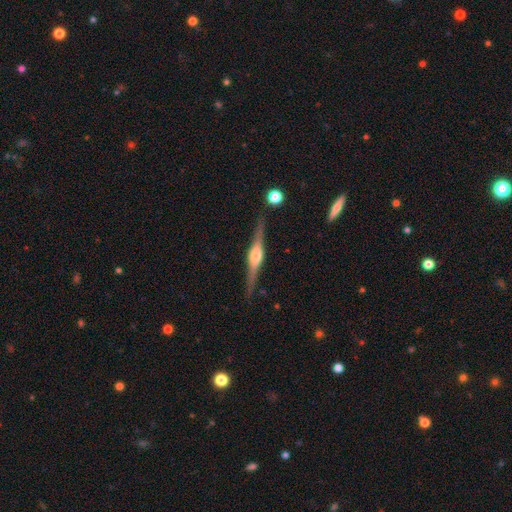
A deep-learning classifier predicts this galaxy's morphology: This appears to be a featured or disk galaxy (83%) viewed edge-on (98%) with a rounded central bulge (83%). Merging: none (88%).